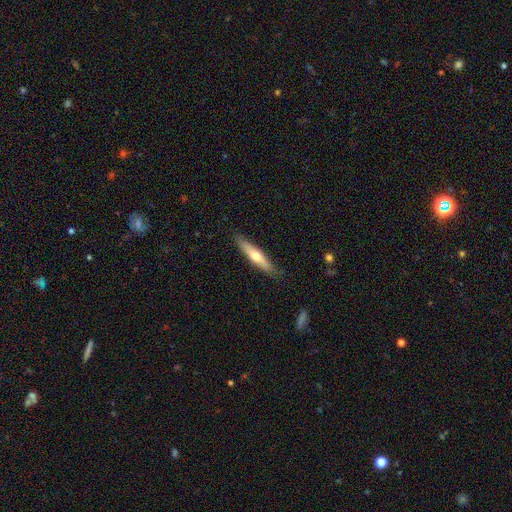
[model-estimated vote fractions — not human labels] smooth_or_featured: smooth (p=0.51) [alt: featured or disk p=0.43]
how_rounded: cigar-shaped (p=0.81) [alt: in between p=0.17]
merging: none (p=0.85) [alt: minor disturbance p=0.11]